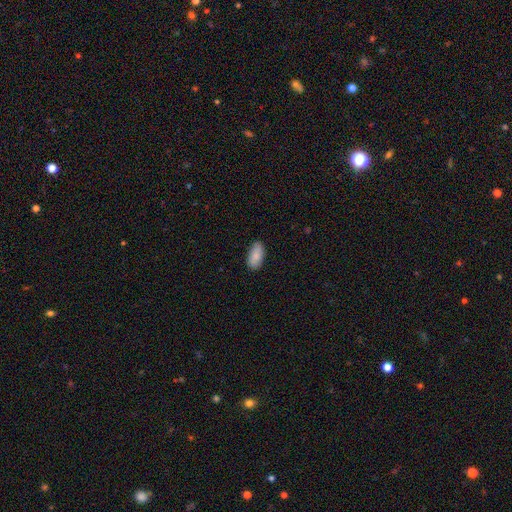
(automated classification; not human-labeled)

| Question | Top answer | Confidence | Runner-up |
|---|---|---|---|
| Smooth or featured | smooth | 87% | featured or disk (7%) |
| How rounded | in between | 92% | cigar-shaped (6%) |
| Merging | none | 86% | minor disturbance (11%) |